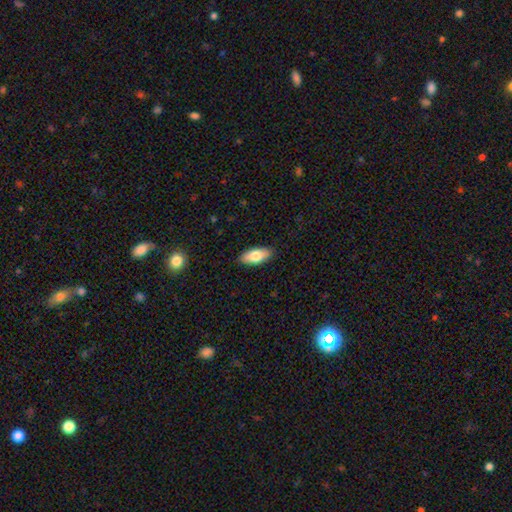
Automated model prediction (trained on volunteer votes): This appears to be a smooth galaxy with no disk features (77%) that is in between round and cigar-shaped (87%). Merging: none (89%).